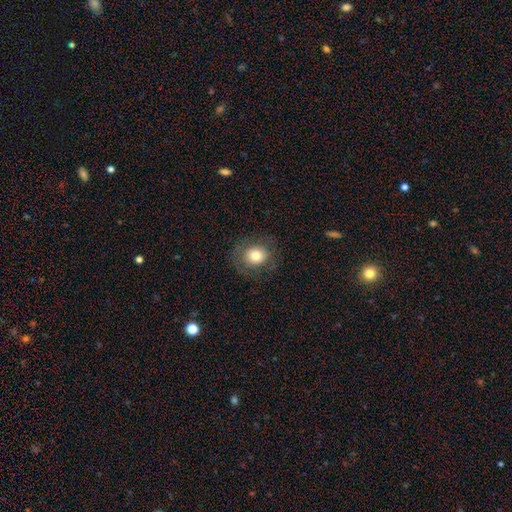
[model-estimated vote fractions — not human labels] This appears to be a smooth galaxy with no disk features (75%) that is round (79%). Merging: none (80%).